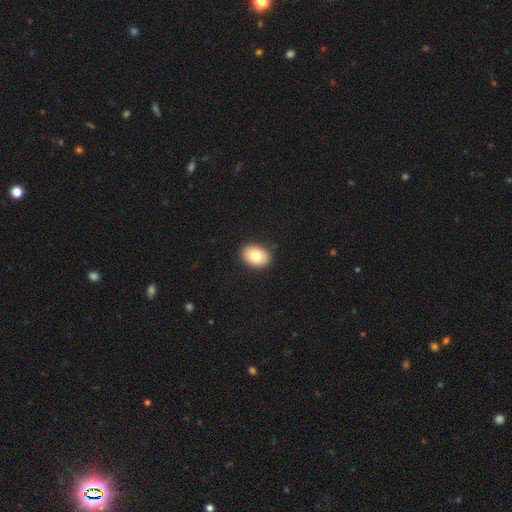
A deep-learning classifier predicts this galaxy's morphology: The model was most divided on "how rounded": in between: 75%, round: 24%, cigar-shaped: 1%. More confident: merging — none (90%); smooth or featured — smooth (79%).